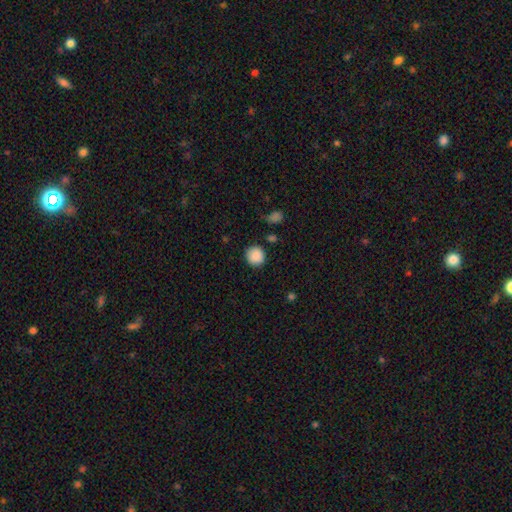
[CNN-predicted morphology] This is clearly a smooth galaxy (88%). How rounded: clearly round (91%). Merging: clearly none (85%).